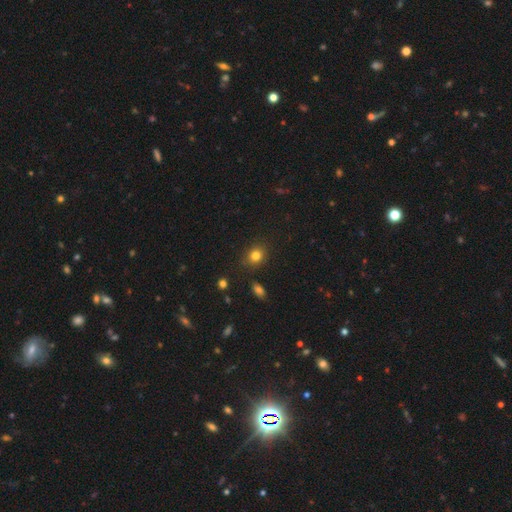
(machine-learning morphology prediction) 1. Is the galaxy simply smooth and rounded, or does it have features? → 81% smooth, 12% star or artifact, 7% featured or disk.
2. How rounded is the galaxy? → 61% round, 38% in between, 1% cigar-shaped.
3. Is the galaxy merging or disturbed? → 84% none, 11% minor disturbance, 3% major disturbance, 2% merger.